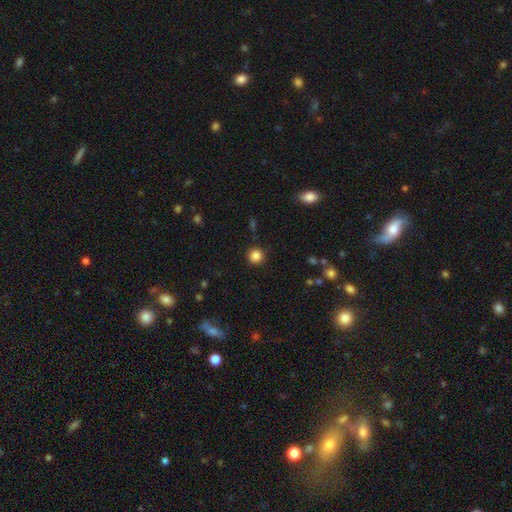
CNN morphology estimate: Q: Smooth or featured?
A: smooth (85%); runner-up: star or artifact (11%)
Q: How rounded?
A: round (93%); runner-up: in between (6%)
Q: Merging?
A: none (89%); runner-up: minor disturbance (7%)